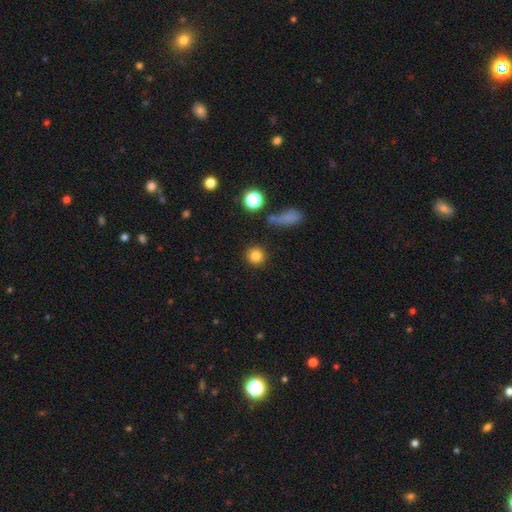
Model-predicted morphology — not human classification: Smooth or featured? smooth (82%)
How rounded? round (93%)
Merging? none (87%)